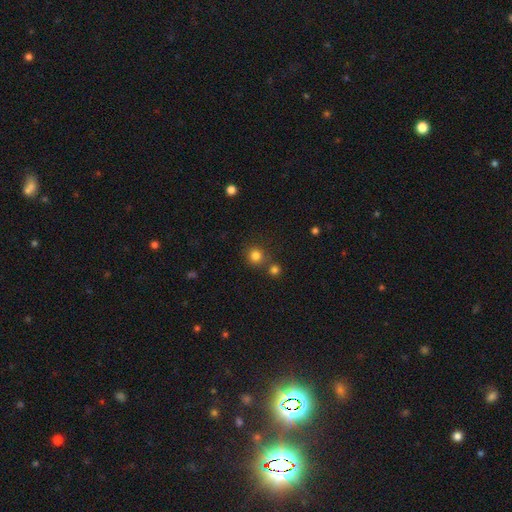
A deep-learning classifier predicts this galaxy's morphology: Smooth or featured: smooth — 80% (star or artifact — 15%)
How rounded: round — 92% (in between — 7%)
Merging: none — 73% (merger — 16%)